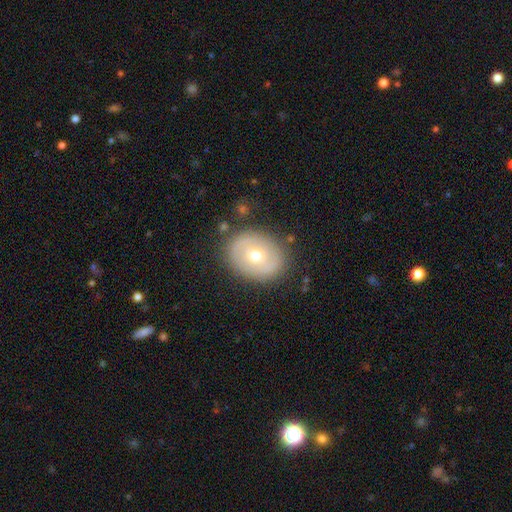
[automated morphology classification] This is possibly a smooth galaxy (47%). Merging: clearly none (82%).